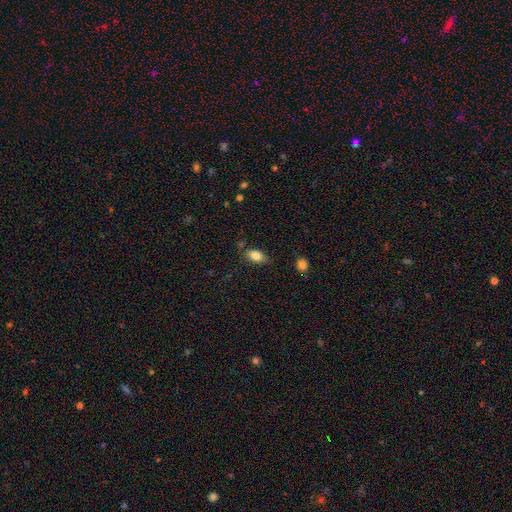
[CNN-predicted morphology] This appears to be a smooth galaxy with no disk features (83%) that is in between round and cigar-shaped (88%). Merging: none (76%).